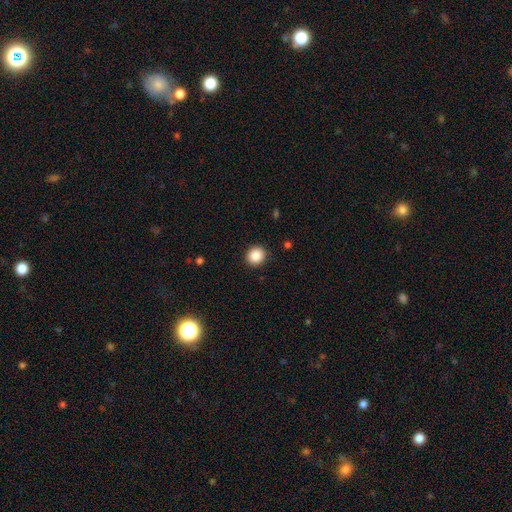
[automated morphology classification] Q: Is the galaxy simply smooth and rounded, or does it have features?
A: smooth — 88%.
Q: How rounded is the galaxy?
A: round — 84%.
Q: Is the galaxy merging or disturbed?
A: none — 90%.